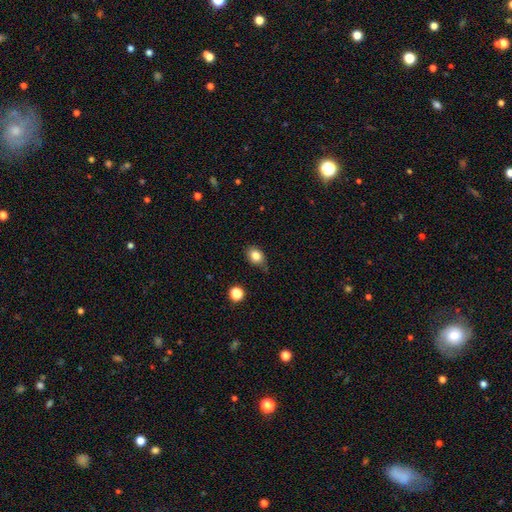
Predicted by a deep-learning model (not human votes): Smooth or featured?
  - smooth: 83% *
  - star or artifact: 10%
  - featured or disk: 7%
How rounded?
  - in between: 64% *
  - round: 35%
  - cigar-shaped: 1%
Merging?
  - none: 71% *
  - minor disturbance: 22%
  - major disturbance: 4%
  - merger: 3%